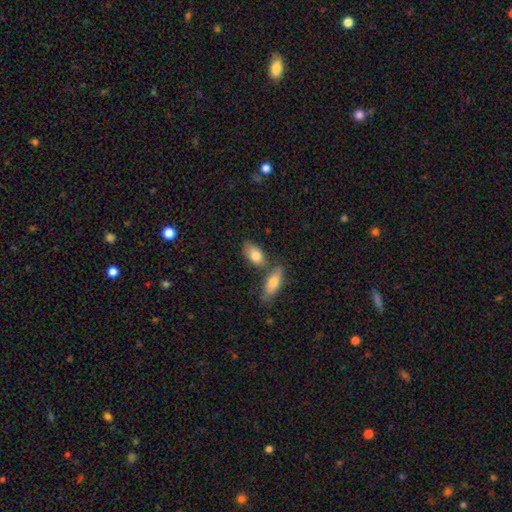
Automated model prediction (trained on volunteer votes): A smooth galaxy with no disk features (80%) that is in between round and cigar-shaped (90%). Merging: none (54%).